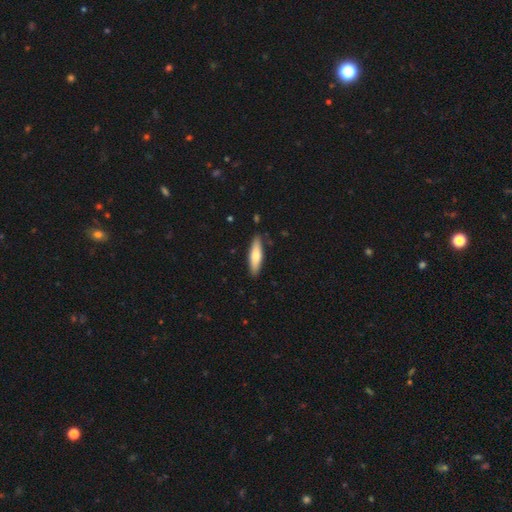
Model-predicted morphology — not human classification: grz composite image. It shows a smooth galaxy with no disk features (69%) that is cigar-shaped (65%). Merging: none (86%).